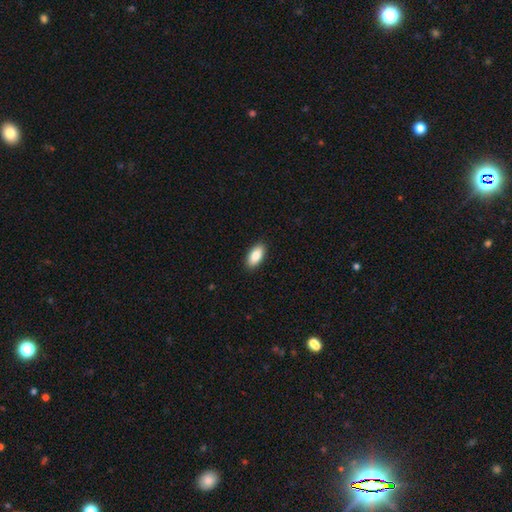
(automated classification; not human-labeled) smooth_or_featured: smooth (p=0.86) [alt: featured or disk p=0.07]
how_rounded: in between (p=0.91) [alt: cigar-shaped p=0.07]
merging: none (p=0.90) [alt: minor disturbance p=0.07]